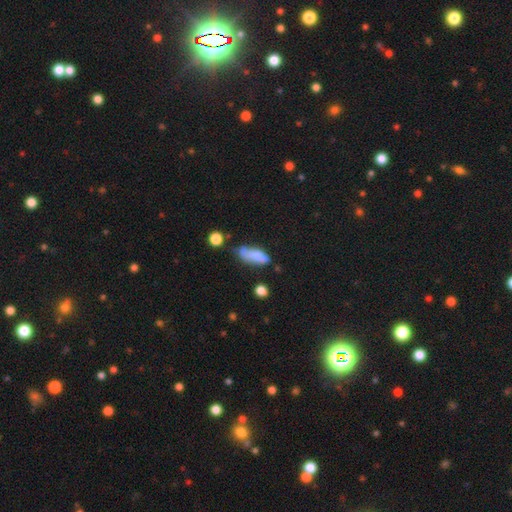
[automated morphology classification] Q: Smooth or featured?
A: smooth (69%); runner-up: featured or disk (22%)
Q: How rounded?
A: in between (76%); runner-up: cigar-shaped (20%)
Q: Merging?
A: none (33%); runner-up: minor disturbance (31%)